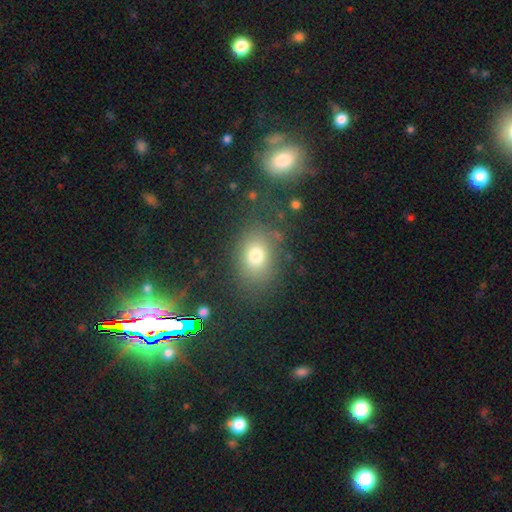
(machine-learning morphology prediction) Smooth or featured? smooth (76%)
How rounded? in between (58%)
Merging? none (74%)